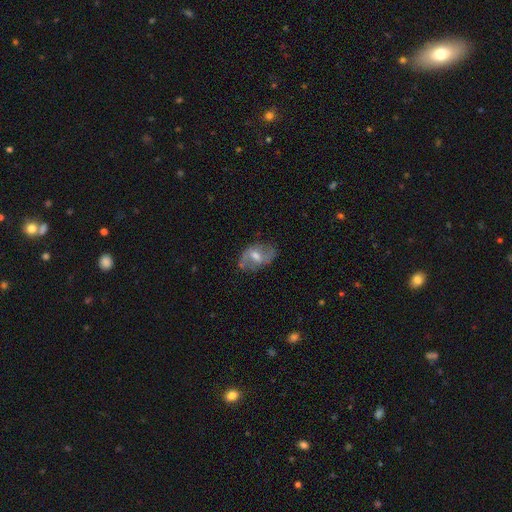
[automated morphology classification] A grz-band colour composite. It shows a featured or disk galaxy (58%) with a weak bar (51%), spiral arms (64%) and a moderate central bulge (63%). Merging: none (68%).